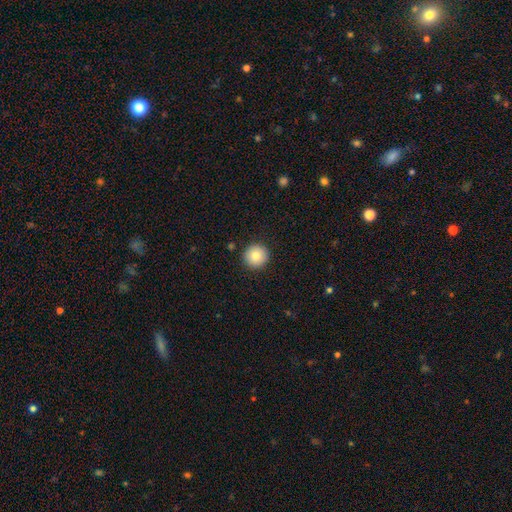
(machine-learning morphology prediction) A smooth galaxy with no disk features (82%) that is round (96%). Merging: none (92%).